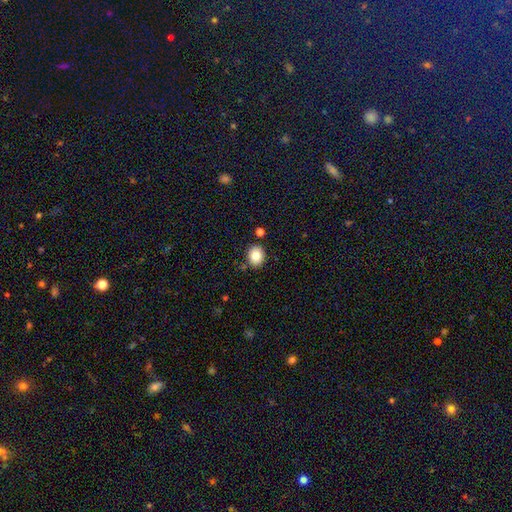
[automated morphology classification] smooth 82%, star or artifact 10%, featured or disk 8%. Down the decision tree: how rounded — round (61%); merging — none (85%).